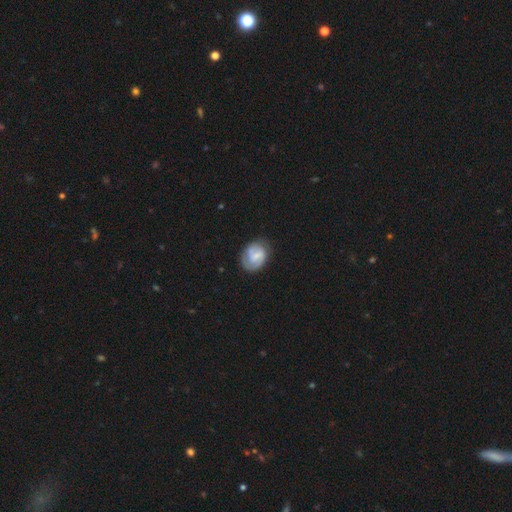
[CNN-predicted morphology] featured or disk 50%, smooth 43%, star or artifact 7%. Down the decision tree: edge-on disk — no (98%); merging — none (69%).